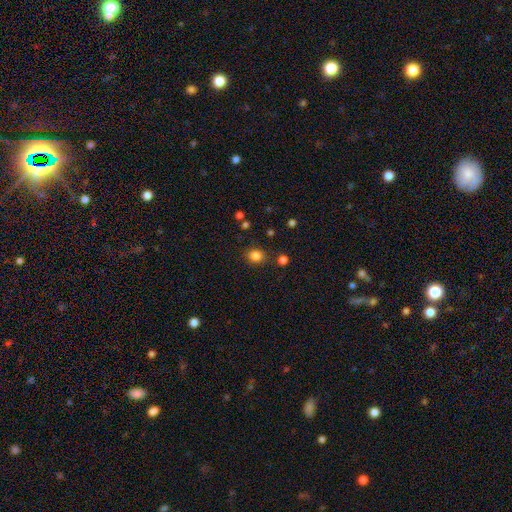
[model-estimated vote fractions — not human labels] smooth_or_featured: smooth (p=0.83) [alt: star or artifact p=0.13]
how_rounded: round (p=0.70) [alt: in between p=0.29]
merging: none (p=0.84) [alt: minor disturbance p=0.09]